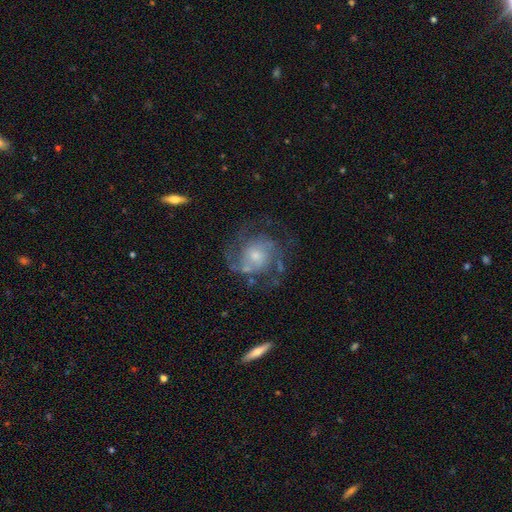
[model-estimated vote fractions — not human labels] smooth_or_featured: featured or disk (p=0.83) [alt: smooth p=0.10]
disk_edge_on: no (p=0.97) [alt: yes p=0.03]
bar: no (p=0.68) [alt: weak p=0.27]
has_spiral_arms: yes (p=0.93) [alt: no p=0.07]
spiral_winding: medium (p=0.44) [alt: tight p=0.43]
spiral_arm_count: 2 (p=0.49) [alt: can't tell p=0.21]
bulge_size: small (p=0.52) [alt: moderate p=0.37]
merging: none (p=0.69) [alt: minor disturbance p=0.16]